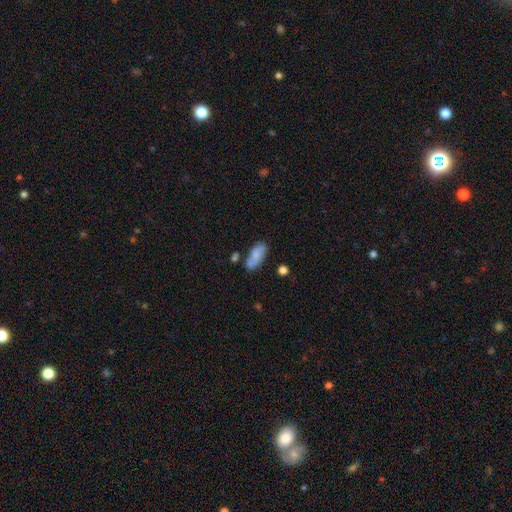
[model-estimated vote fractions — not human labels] A smooth galaxy with no disk features (66%) that is in between round and cigar-shaped (87%).

Vote fractions:
- Smooth or featured? smooth: 66% / featured or disk: 26% / star or artifact: 7%
- How rounded? in between: 87% / cigar-shaped: 9% / round: 3%
- Merging? none: 64% / minor disturbance: 20% / merger: 11% / major disturbance: 5%